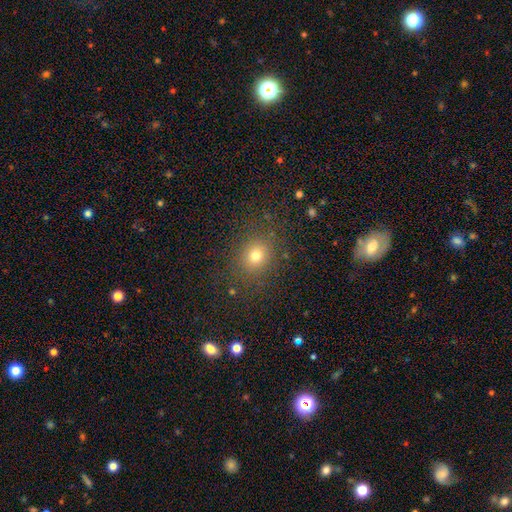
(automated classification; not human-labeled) smooth-or-featured: smooth: 74% | star or artifact: 17% | featured or disk: 9%
  how-rounded: round: 69% | in between: 30% | cigar-shaped: 1%
  merging: none: 83% | minor disturbance: 10% | major disturbance: 5% | merger: 2%